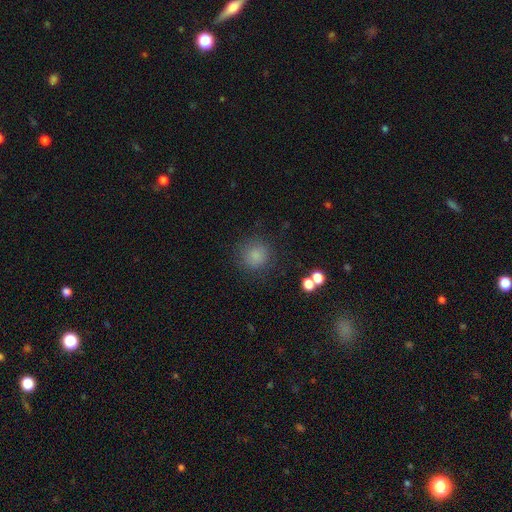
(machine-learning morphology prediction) smooth 82%, star or artifact 12%, featured or disk 6%. Down the decision tree: how rounded — round (91%); merging — none (84%).